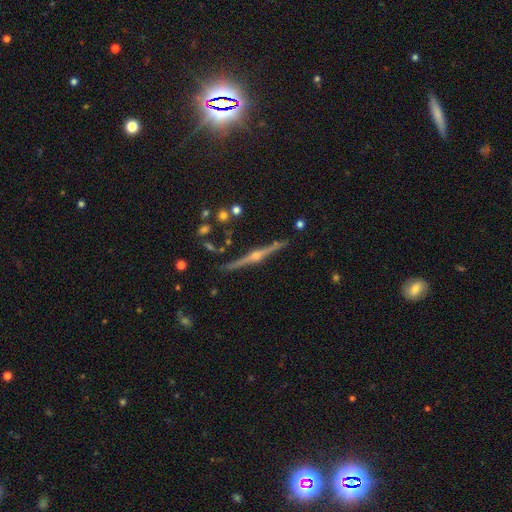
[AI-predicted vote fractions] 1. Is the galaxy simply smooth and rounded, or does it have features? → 86% featured or disk, 7% star or artifact, 7% smooth.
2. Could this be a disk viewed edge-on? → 98% yes, 2% no.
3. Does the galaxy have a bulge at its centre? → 93% rounded, 4% boxy, 3% none.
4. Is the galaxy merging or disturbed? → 89% none, 7% minor disturbance, 2% merger, 2% major disturbance.